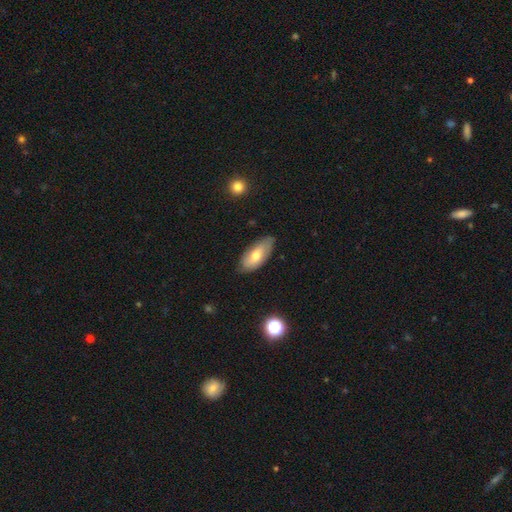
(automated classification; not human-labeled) Smooth or featured? smooth (63%)
How rounded? in between (88%)
Merging? none (76%)